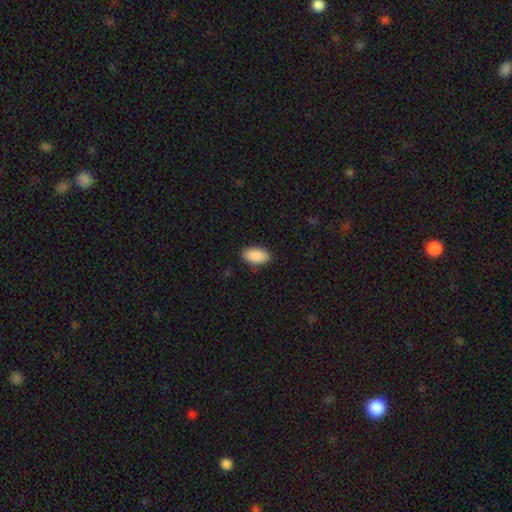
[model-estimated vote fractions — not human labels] This appears to be a smooth galaxy with no disk features (90%) that is in between round and cigar-shaped (95%). Merging: none (88%).